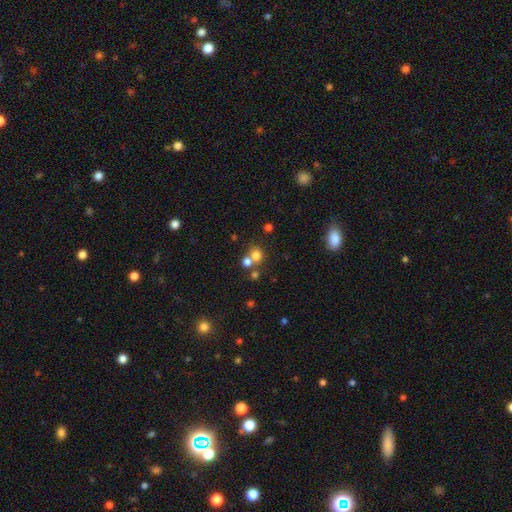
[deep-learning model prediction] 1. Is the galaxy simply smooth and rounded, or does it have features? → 72% smooth, 17% star or artifact, 11% featured or disk.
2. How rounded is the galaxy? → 83% round, 16% in between, 1% cigar-shaped.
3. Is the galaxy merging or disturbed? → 52% none, 38% merger, 7% minor disturbance, 3% major disturbance.